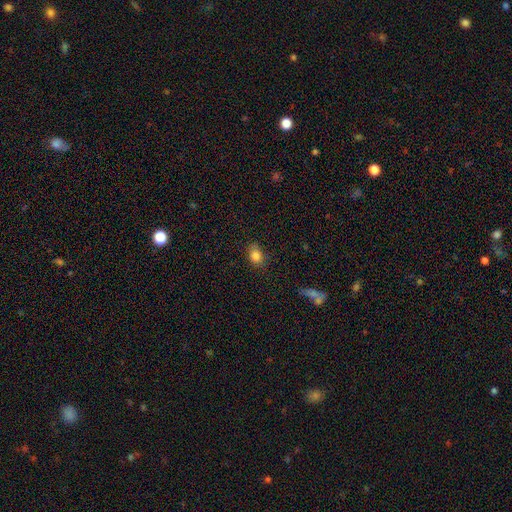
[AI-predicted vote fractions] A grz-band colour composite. It shows a smooth galaxy with no disk features (84%) that is in between round and cigar-shaped (66%). Merging: none (74%).